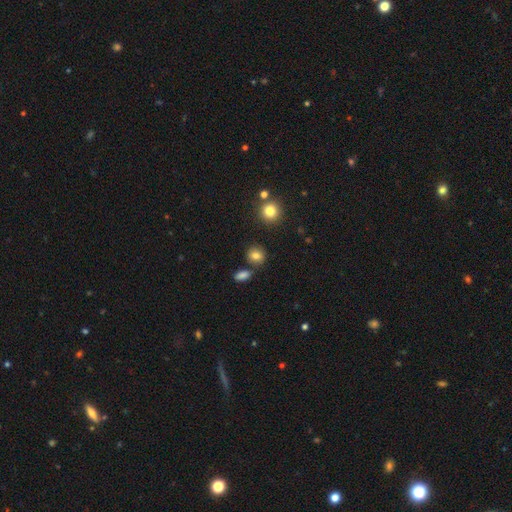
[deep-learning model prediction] Morphology: type=smooth (81%); roundness=round (76%); merging=none (79%).